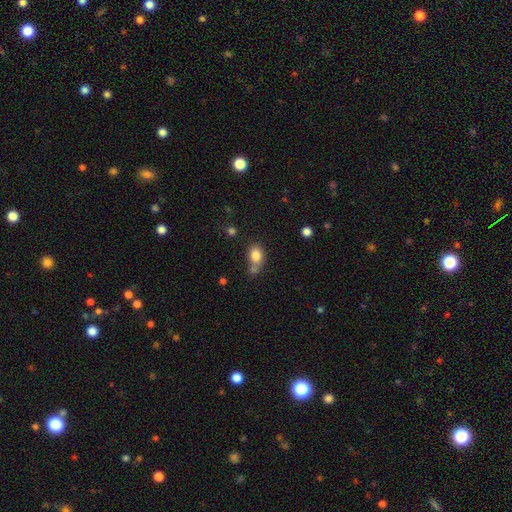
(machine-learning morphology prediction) Smooth or featured? Predicted: smooth (p=0.82). How rounded? Predicted: in between (p=0.64). Merging? Predicted: none (p=0.47).